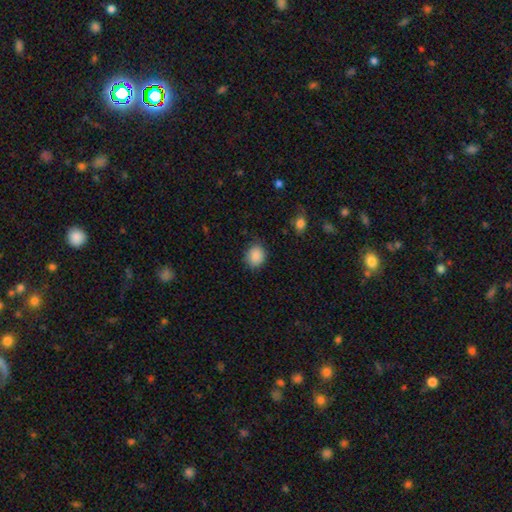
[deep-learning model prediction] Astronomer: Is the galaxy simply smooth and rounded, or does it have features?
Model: smooth — 89%.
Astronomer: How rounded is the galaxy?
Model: round — 67%.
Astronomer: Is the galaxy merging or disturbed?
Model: none — 81%.